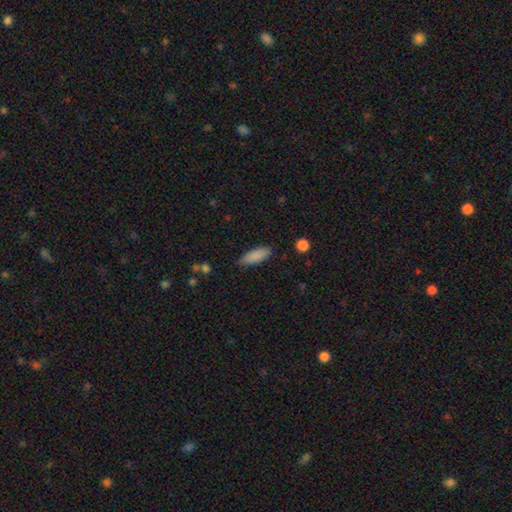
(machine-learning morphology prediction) Overall: smooth (87%). How rounded: in between (57%; cigar-shaped 42%). Merging: none (83%).